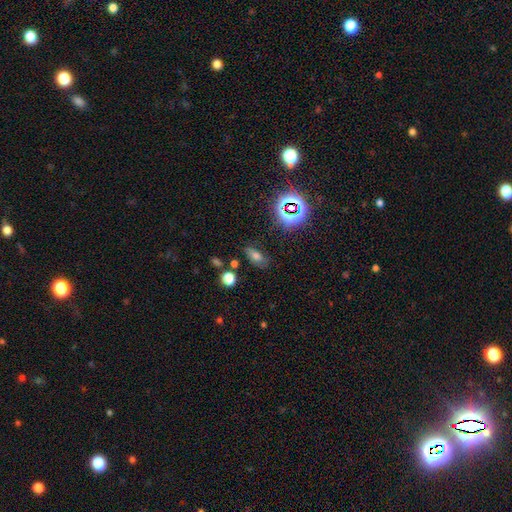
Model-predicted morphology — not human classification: The model was most divided on "smooth or featured": smooth: 59%, star or artifact: 27%, featured or disk: 14%. More confident: how rounded — in between (82%); merging — none (72%).